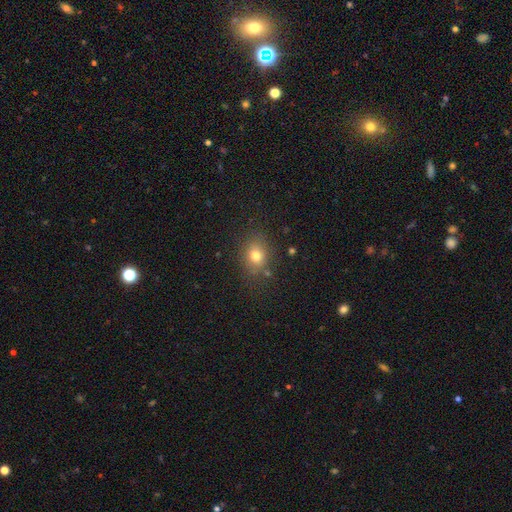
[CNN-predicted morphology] This appears to be a smooth galaxy with no disk features (75%) that is round (50%). Merging: none (79%).